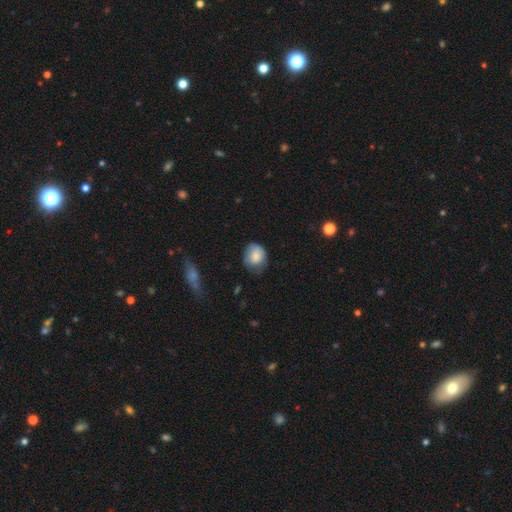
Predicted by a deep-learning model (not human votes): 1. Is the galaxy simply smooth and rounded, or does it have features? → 80% smooth, 12% featured or disk, 8% star or artifact.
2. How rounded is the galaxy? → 63% round, 36% in between, 1% cigar-shaped.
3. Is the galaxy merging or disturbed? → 50% none, 37% minor disturbance, 11% major disturbance, 2% merger.